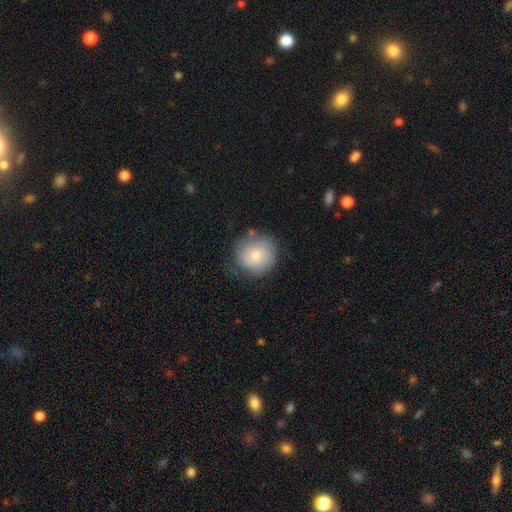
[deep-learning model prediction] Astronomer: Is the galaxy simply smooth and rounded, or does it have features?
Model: smooth — 68%.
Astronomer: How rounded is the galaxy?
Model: round — 91%.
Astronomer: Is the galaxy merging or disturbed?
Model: none — 71%.